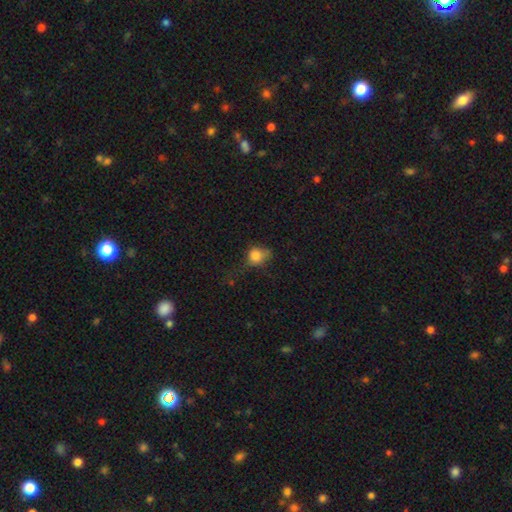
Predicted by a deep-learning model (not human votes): Overall: smooth (81%). How rounded: round (70%). Merging: none (41%; minor disturbance 35%).